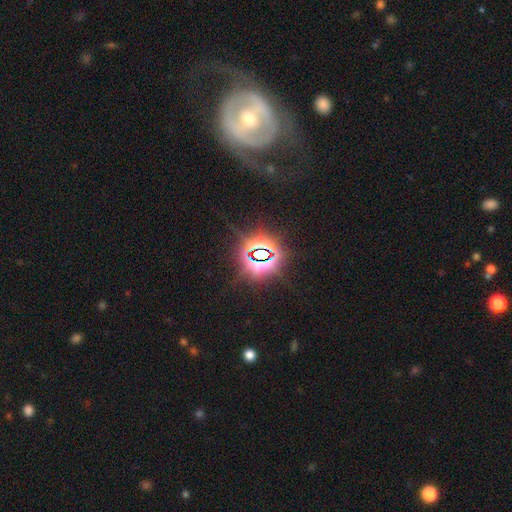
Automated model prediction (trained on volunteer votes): A star or artifact, not a galaxy (83%).